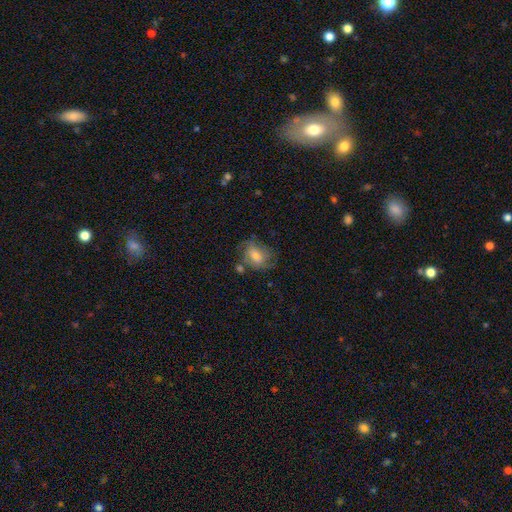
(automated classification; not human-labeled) A smooth galaxy with no disk features (45%, tied with featured or disk).

Vote fractions:
- Smooth or featured? smooth: 45% (tied) / featured or disk: 45% (tied) / star or artifact: 11%
- Merging? none: 55% / minor disturbance: 24% / major disturbance: 14% / merger: 7%